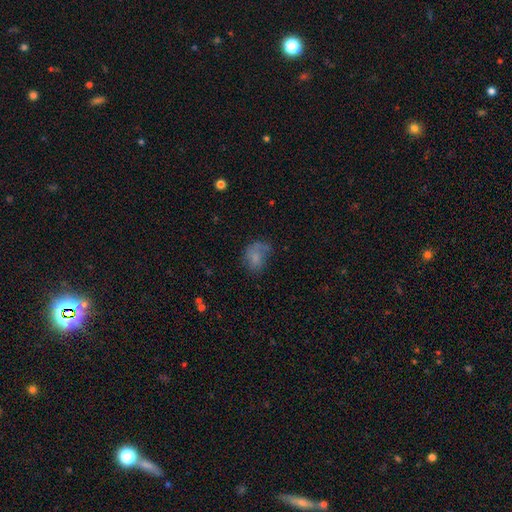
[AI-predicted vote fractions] Morphology: type=smooth (64%); roundness=in between (66%); merging=none (38%).